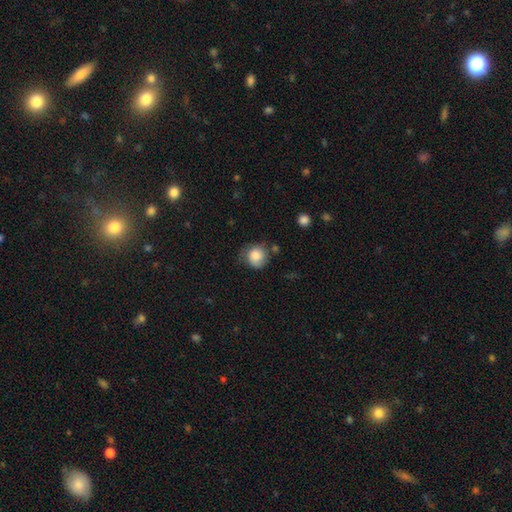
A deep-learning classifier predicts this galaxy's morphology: smooth 81%, featured or disk 11%, star or artifact 8%. Down the decision tree: how rounded — round (84%); merging — none (57%).